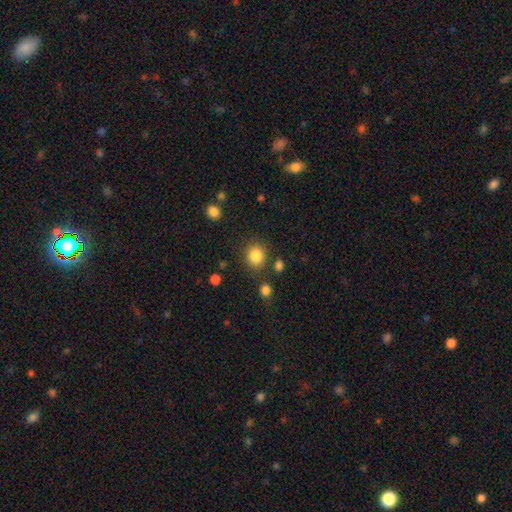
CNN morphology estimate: Q: Smooth or featured?
A: smooth (85%); runner-up: star or artifact (10%)
Q: How rounded?
A: round (78%); runner-up: in between (21%)
Q: Merging?
A: none (81%); runner-up: minor disturbance (9%)